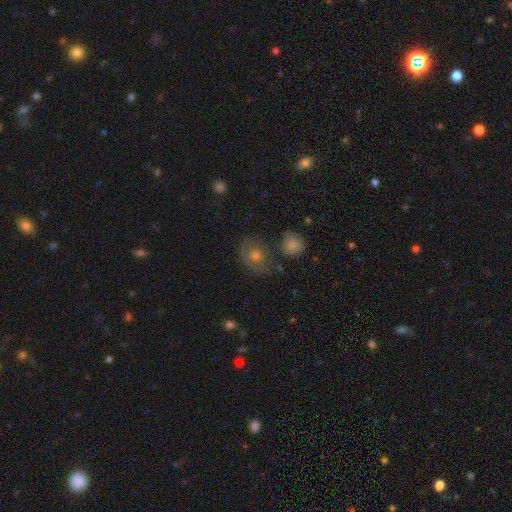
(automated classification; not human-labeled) This appears to be a smooth galaxy with no disk features (55%) that is round (56%). Merging: none (64%).